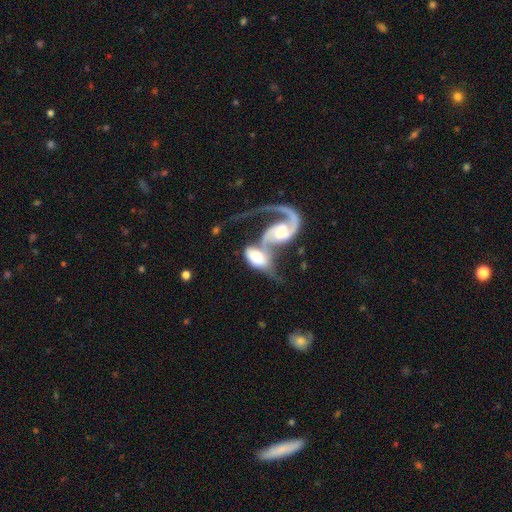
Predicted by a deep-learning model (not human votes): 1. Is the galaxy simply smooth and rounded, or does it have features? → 65% featured or disk, 30% smooth, 6% star or artifact.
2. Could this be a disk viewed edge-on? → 92% no, 8% yes.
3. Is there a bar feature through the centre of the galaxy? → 47% no, 33% weak, 20% strong.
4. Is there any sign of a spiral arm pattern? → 82% yes, 18% no.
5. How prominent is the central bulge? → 33% large, 32% moderate, 18% small, 10% none, 7% dominant.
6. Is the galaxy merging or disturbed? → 76% merger, 11% major disturbance, 9% none, 5% minor disturbance.